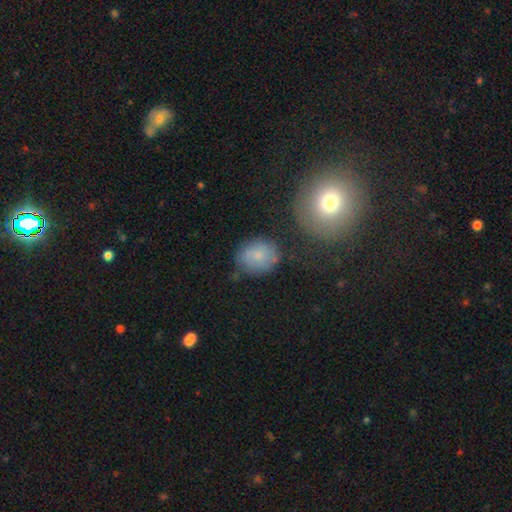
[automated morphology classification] smooth-or-featured: smooth: 72% | featured or disk: 19% | star or artifact: 9%
  how-rounded: round: 68% | in between: 31% | cigar-shaped: 1%
  merging: none: 70% | minor disturbance: 19% | major disturbance: 6% | merger: 6%